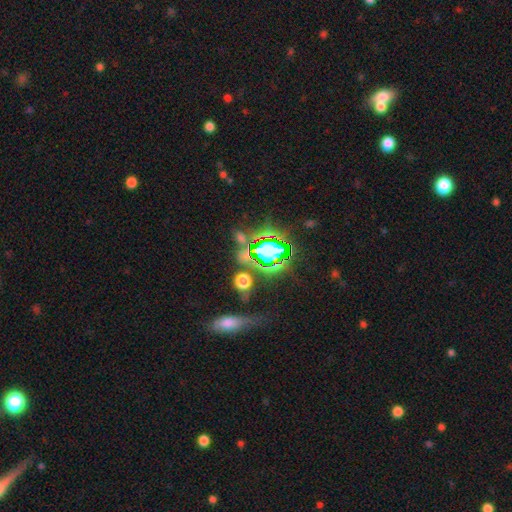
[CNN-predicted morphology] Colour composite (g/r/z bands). It shows a star or artifact, not a galaxy (67%).